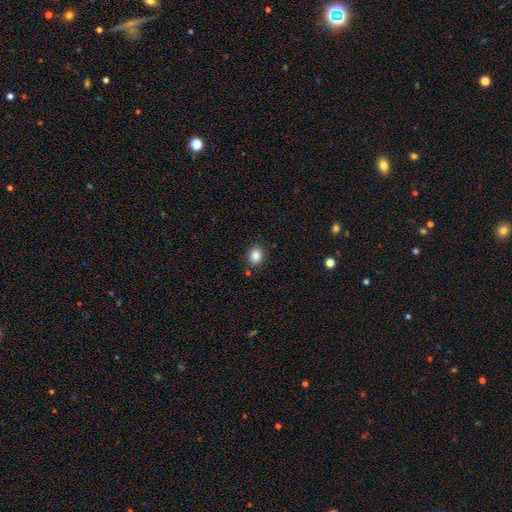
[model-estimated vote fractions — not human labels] Overall: smooth (86%). How rounded: round (59%; in between 40%). Merging: none (85%).